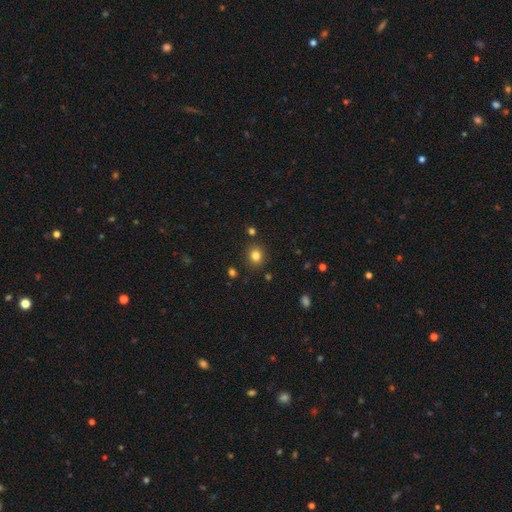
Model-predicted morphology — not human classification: A smooth galaxy with no disk features (81%) that is round (76%).

Vote fractions:
- Smooth or featured? smooth: 81% / star or artifact: 13% / featured or disk: 6%
- How rounded? round: 76% / in between: 23% / cigar-shaped: 1%
- Merging? none: 87% / minor disturbance: 8% / merger: 3% / major disturbance: 2%